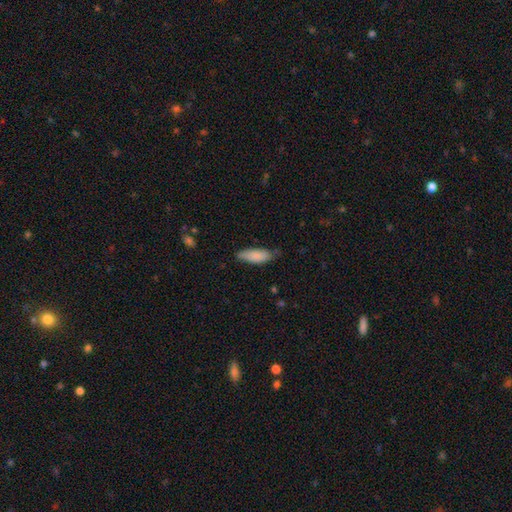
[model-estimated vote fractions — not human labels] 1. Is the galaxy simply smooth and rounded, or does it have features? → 86% smooth, 8% featured or disk, 6% star or artifact.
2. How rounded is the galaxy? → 68% in between, 31% cigar-shaped, 2% round.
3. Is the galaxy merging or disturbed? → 65% none, 29% minor disturbance, 4% major disturbance, 2% merger.